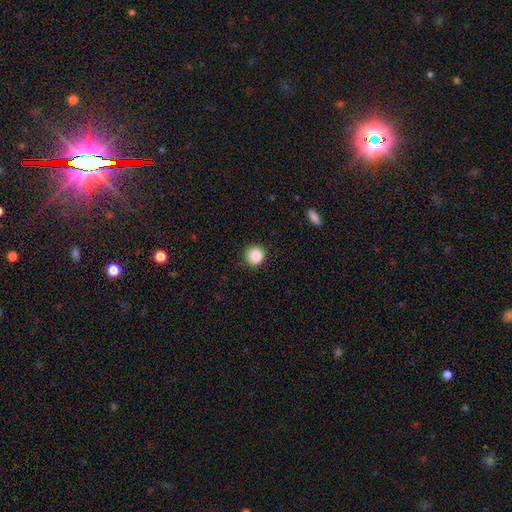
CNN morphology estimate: smooth-or-featured: smooth: 88% | star or artifact: 9% | featured or disk: 3%
  how-rounded: round: 94% | in between: 5% | cigar-shaped: 1%
  merging: none: 90% | minor disturbance: 7% | major disturbance: 2% | merger: 1%